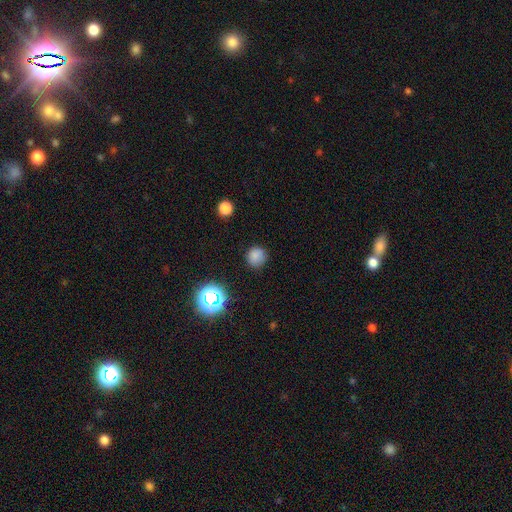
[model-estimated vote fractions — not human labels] A smooth galaxy with no disk features (78%) that is round (90%). Merging: none (85%).